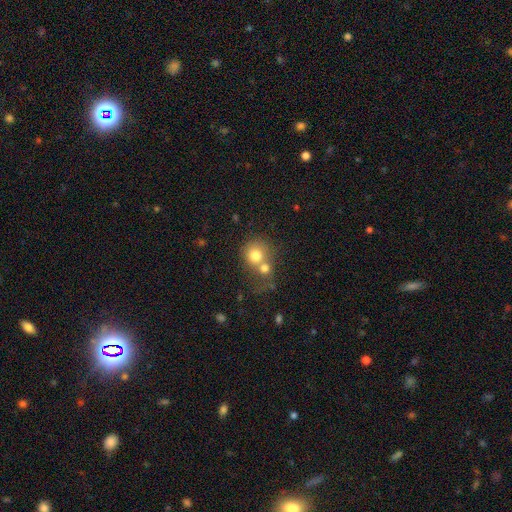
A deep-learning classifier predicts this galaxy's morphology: Smooth or featured: smooth — 74% (featured or disk — 15%)
How rounded: round — 82% (in between — 17%)
Merging: merger — 58% (none — 30%)